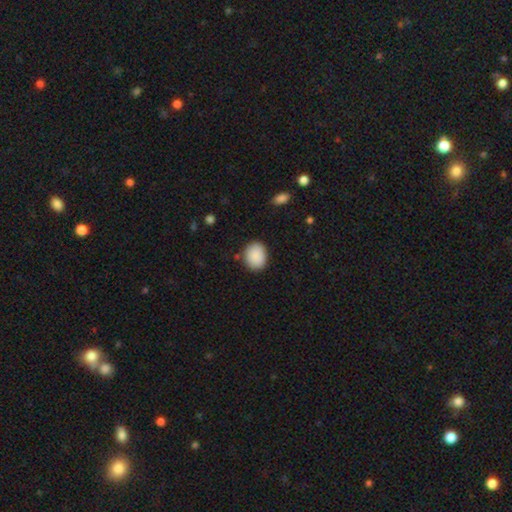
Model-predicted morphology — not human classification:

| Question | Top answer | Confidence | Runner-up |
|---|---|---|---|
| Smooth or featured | smooth | 89% | star or artifact (7%) |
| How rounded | round | 52% | in between (47%) |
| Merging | none | 85% | minor disturbance (11%) |